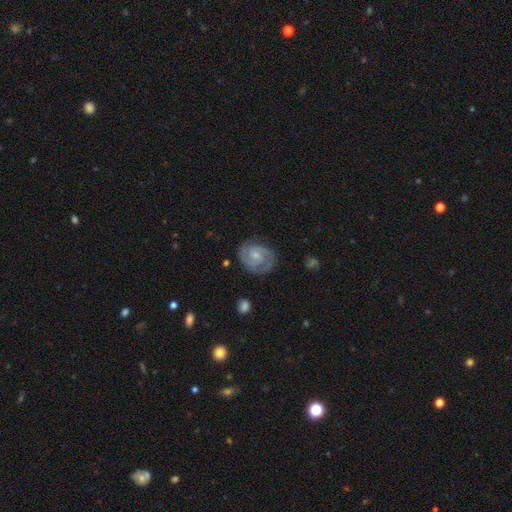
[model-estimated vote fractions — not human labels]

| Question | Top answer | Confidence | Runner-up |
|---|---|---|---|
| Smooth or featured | featured or disk | 88% | smooth (8%) |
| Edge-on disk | no | 98% | yes (2%) |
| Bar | no | 57% | weak (37%) |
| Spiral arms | yes | 98% | no (2%) |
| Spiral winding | tight | 57% | medium (38%) |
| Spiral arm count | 2 | 82% | 3 (8%) |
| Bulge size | small | 61% | moderate (30%) |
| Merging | none | 79% | minor disturbance (15%) |